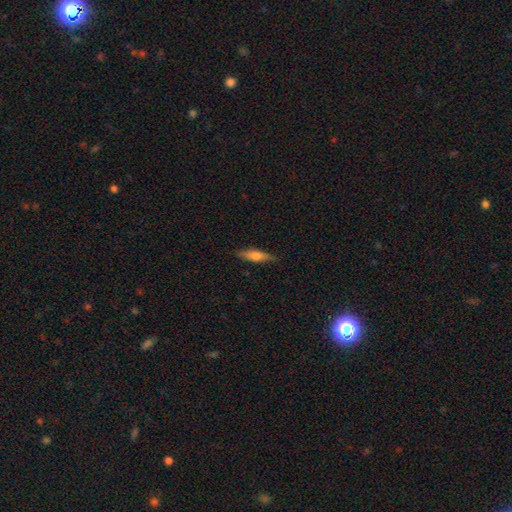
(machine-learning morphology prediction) Smooth or featured: smooth — 63% (featured or disk — 31%)
How rounded: cigar-shaped — 67% (in between — 31%)
Merging: none — 84% (minor disturbance — 12%)